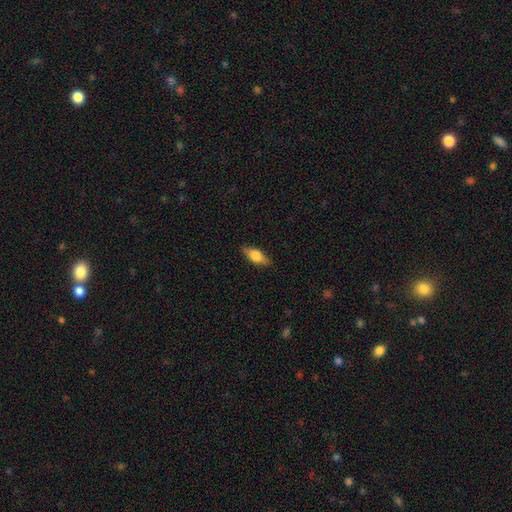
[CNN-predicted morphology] smooth-or-featured: smooth: 68% | featured or disk: 26% | star or artifact: 6%
  how-rounded: in between: 75% | cigar-shaped: 21% | round: 4%
  merging: none: 86% | minor disturbance: 11% | major disturbance: 2% | merger: 1%